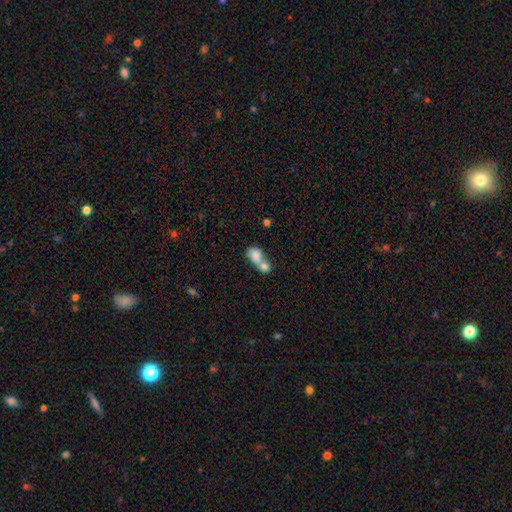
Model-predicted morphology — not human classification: A smooth galaxy with no disk features (77%) that is in between round and cigar-shaped (59%). Merging: merger (76%).